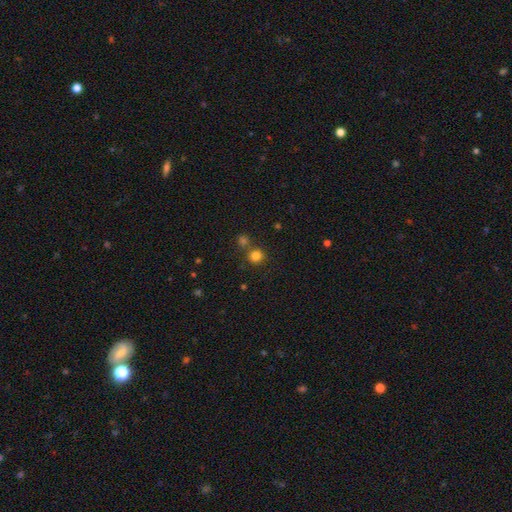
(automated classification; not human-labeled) Smooth or featured? Predicted: smooth (p=0.80). How rounded? Predicted: round (p=0.92). Merging? Predicted: none (p=0.74).